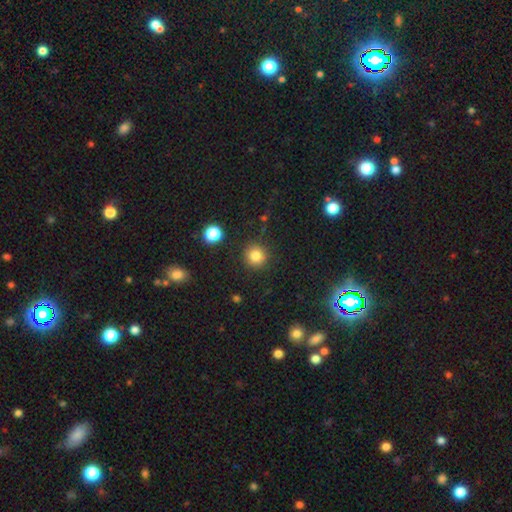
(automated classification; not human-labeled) smooth_or_featured: smooth (p=0.81) [alt: star or artifact p=0.13]
how_rounded: round (p=0.93) [alt: in between p=0.06]
merging: none (p=0.89) [alt: minor disturbance p=0.07]